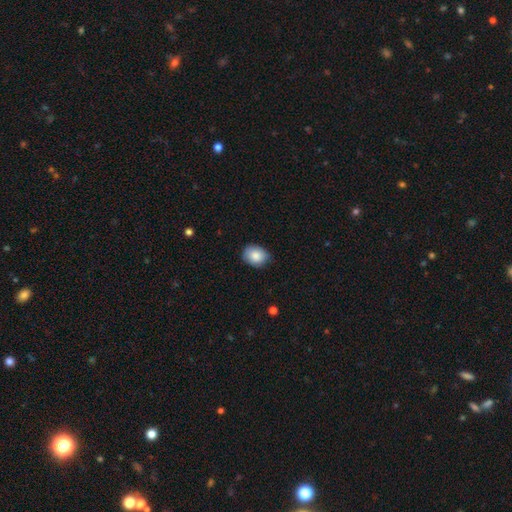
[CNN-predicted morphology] Overall: smooth (85%). How rounded: in between (55%; round 44%). Merging: none (75%).